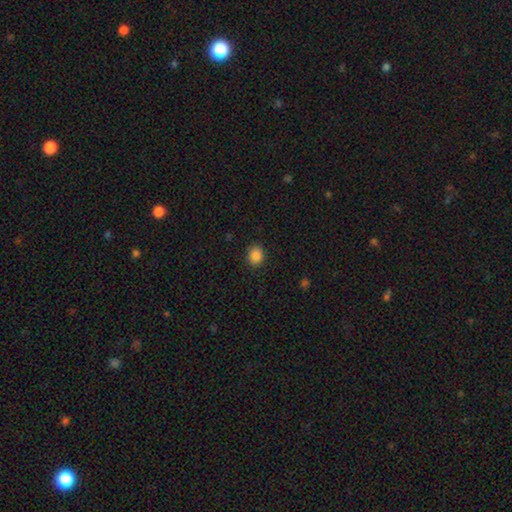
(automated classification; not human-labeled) Overall: smooth (86%). How rounded: round (68%; in between 31%). Merging: none (90%).